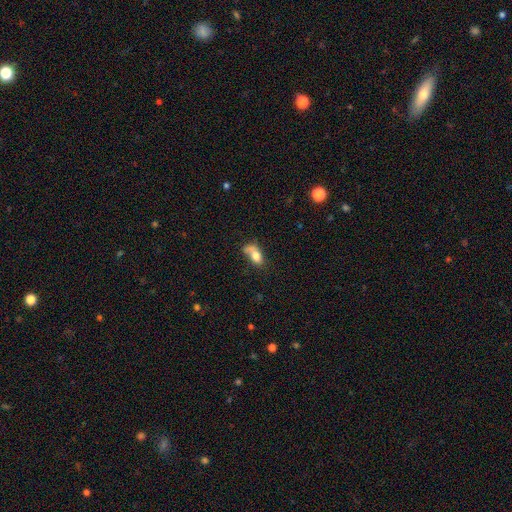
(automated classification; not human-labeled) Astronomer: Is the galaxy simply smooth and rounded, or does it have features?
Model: smooth — 72%.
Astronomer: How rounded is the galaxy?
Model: in between — 84%.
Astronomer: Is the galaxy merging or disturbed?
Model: none — 31% (runner-up: minor disturbance, 29%).